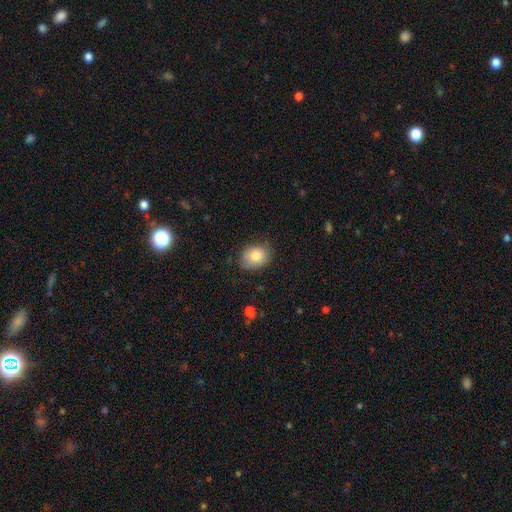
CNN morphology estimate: smooth_or_featured: smooth (p=0.81) [alt: featured or disk p=0.11]
how_rounded: in between (p=0.57) [alt: round p=0.42]
merging: none (p=0.73) [alt: minor disturbance p=0.21]